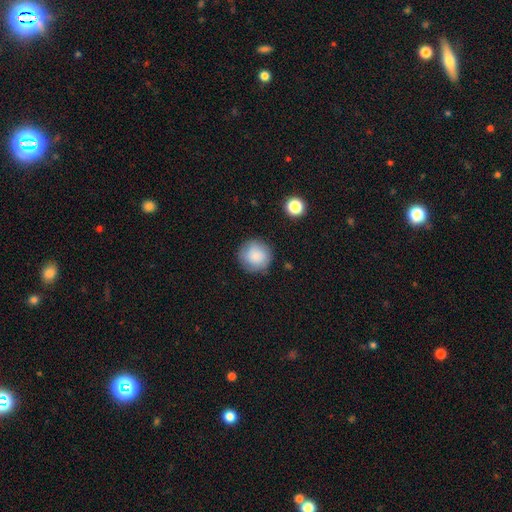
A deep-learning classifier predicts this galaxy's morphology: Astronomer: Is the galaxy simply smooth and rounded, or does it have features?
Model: smooth — 83%.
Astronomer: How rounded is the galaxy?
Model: round — 94%.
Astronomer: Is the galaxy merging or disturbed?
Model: none — 83%.